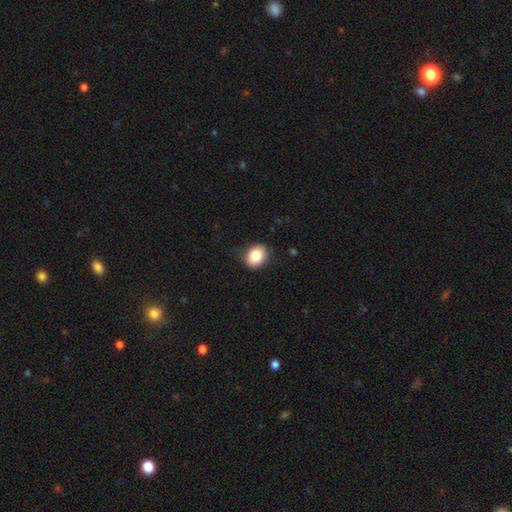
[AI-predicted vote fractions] A smooth galaxy with no disk features (84%) that is round (51%).

Vote fractions:
- Smooth or featured? smooth: 84% / star or artifact: 9% / featured or disk: 7%
- How rounded? round: 51% / in between: 48% / cigar-shaped: 1%
- Merging? none: 82% / minor disturbance: 14% / major disturbance: 3% / merger: 1%